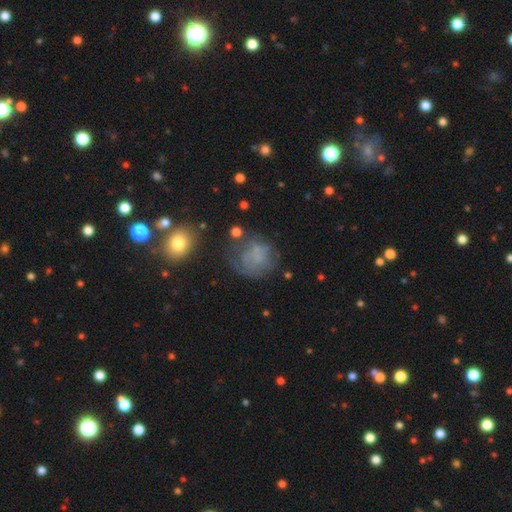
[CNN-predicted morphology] This is possibly a smooth galaxy (52%). How rounded: likely round (73%). Merging: possibly none (46%).